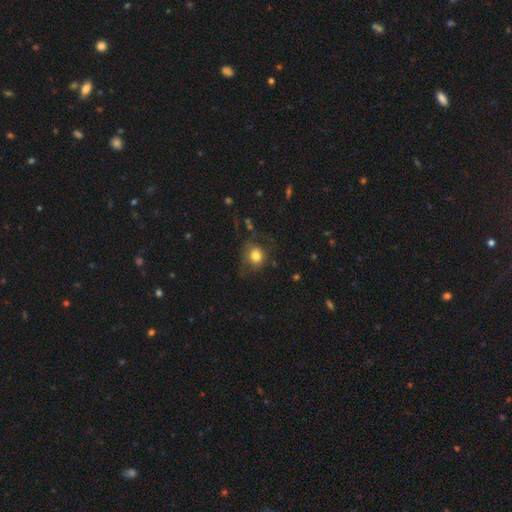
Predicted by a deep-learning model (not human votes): Overall: smooth (78%). How rounded: round (74%). Merging: none (60%; minor disturbance 22%).